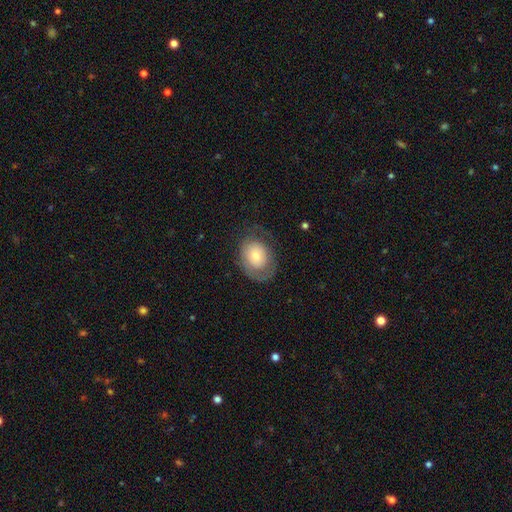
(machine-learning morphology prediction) Smooth or featured?
  - smooth: 56% *
  - featured or disk: 36%
  - star or artifact: 8%
How rounded?
  - in between: 61% *
  - round: 38%
  - cigar-shaped: 1%
Merging?
  - none: 63% *
  - minor disturbance: 21%
  - major disturbance: 15%
  - merger: 1%